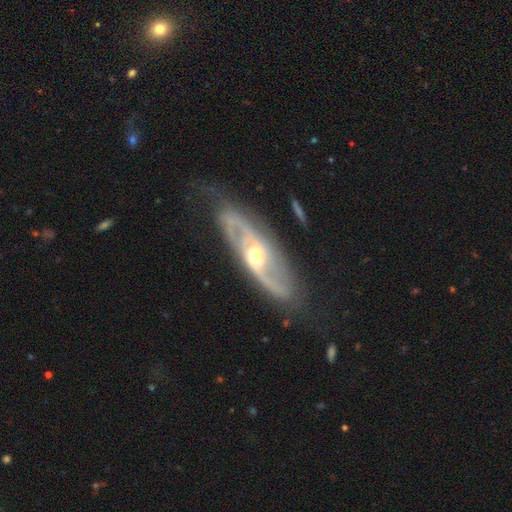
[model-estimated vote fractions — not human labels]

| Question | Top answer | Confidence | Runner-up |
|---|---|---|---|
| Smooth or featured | featured or disk | 87% | smooth (8%) |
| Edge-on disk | no | 86% | yes (14%) |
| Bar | weak | 44% | no (39%) |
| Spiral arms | yes | 95% | no (5%) |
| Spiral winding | medium | 49% | tight (26%) |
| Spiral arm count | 2 | 82% | can't tell (9%) |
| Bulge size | moderate | 63% | small (27%) |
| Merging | none | 76% | minor disturbance (16%) |